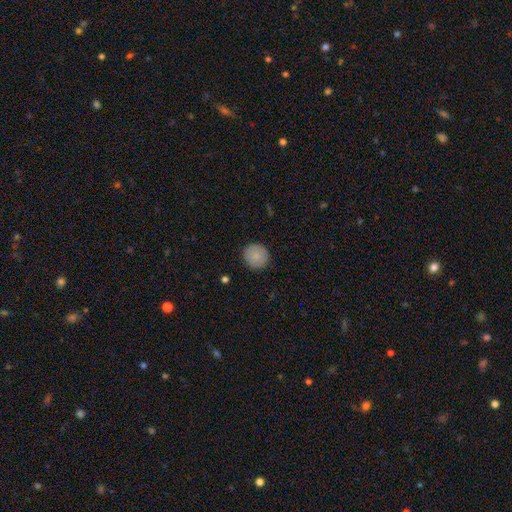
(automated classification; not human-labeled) Q: Smooth or featured?
A: smooth (85%); runner-up: featured or disk (8%)
Q: How rounded?
A: round (93%); runner-up: in between (6%)
Q: Merging?
A: none (90%); runner-up: minor disturbance (7%)